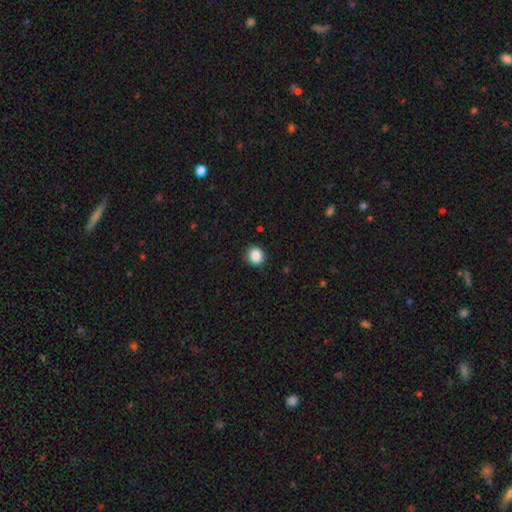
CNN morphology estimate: Smooth or featured: smooth — 88% (star or artifact — 9%)
How rounded: round — 69% (in between — 30%)
Merging: none — 86% (minor disturbance — 11%)